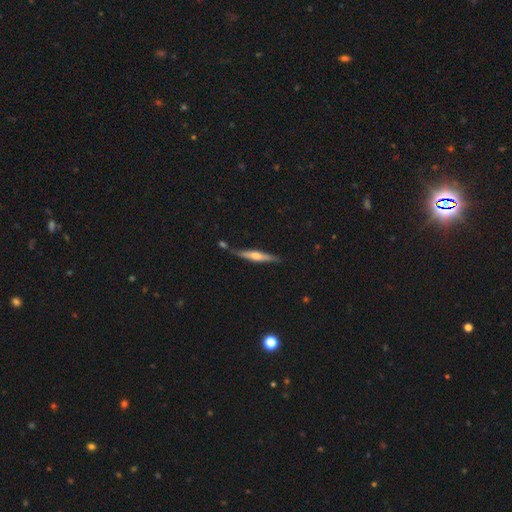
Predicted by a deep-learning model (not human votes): This is likely a featured or disk galaxy (62%). It is clearly viewed edge-on (95%). Edge-on bulge: likely rounded (75%). Merging: likely none (75%).